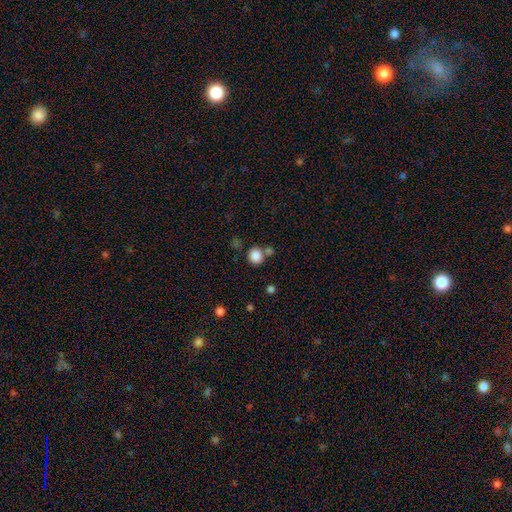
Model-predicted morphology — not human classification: Overall: smooth (85%). How rounded: round (84%). Merging: none (65%).